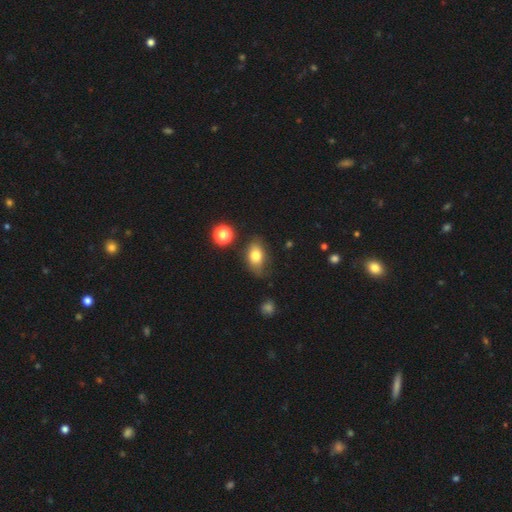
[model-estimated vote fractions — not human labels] Smooth or featured: smooth — 77% (featured or disk — 14%)
How rounded: in between — 83% (round — 15%)
Merging: none — 64% (minor disturbance — 25%)